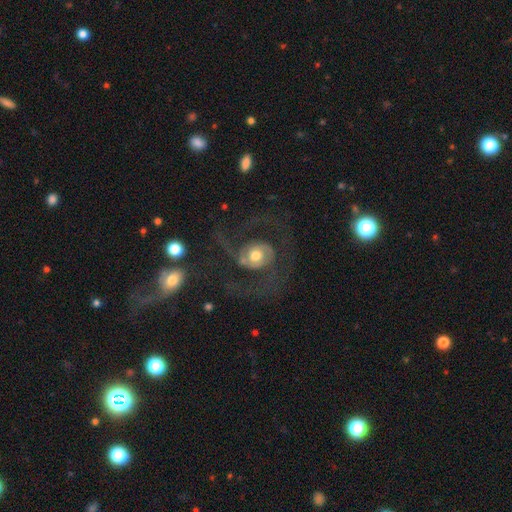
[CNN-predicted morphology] type=featured or disk (79%); edge-on=no (97%); bar=no (72%); spiral arms=yes (88%); winding=medium (46%); arm count=2 (80%); bulge=moderate (68%); merging=none (57%).